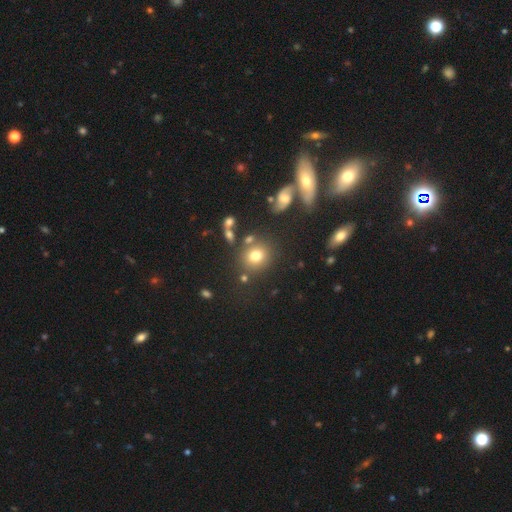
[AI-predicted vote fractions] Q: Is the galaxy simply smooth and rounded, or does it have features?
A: smooth — 74%.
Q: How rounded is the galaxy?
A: round — 79%.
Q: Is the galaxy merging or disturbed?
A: none — 74%.